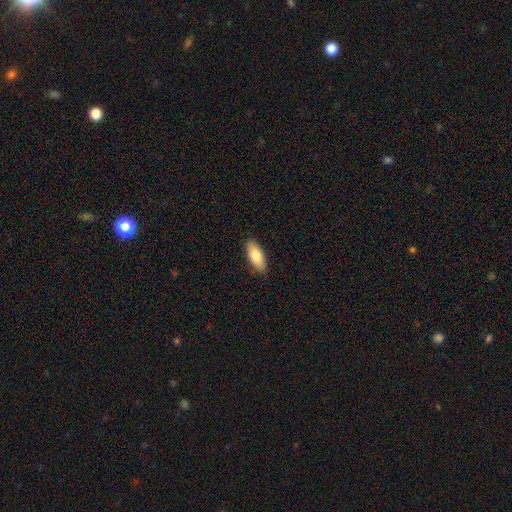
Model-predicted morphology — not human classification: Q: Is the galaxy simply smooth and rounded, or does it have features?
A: smooth — 79%.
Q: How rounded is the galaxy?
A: in between — 81%.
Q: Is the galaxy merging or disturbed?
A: none — 89%.